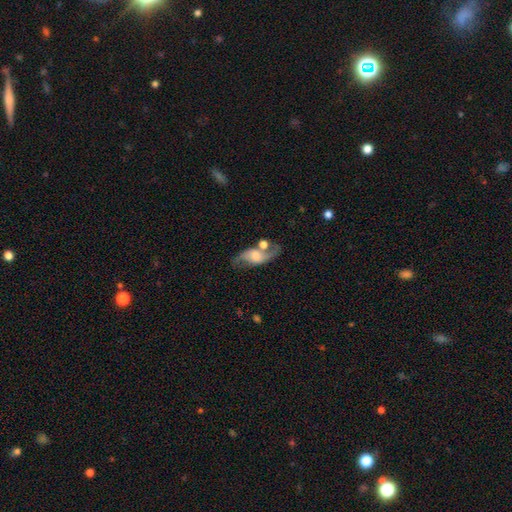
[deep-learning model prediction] Smooth or featured?
  - featured or disk: 69% *
  - smooth: 23%
  - star or artifact: 8%
Edge-on disk?
  - no: 93% *
  - yes: 7%
Bar?
  - no: 50% *
  - weak: 37%
  - strong: 13%
Spiral arms?
  - yes: 88% *
  - no: 12%
Spiral winding?
  - loose: 65% *
  - medium: 28%
  - tight: 7%
Spiral arm count?
  - 2: 89% *
  - 1: 5%
  - can't tell: 4%
  - 3: 1%
  - 4: 1%
  - more than 4: 1%
Bulge size?
  - moderate: 32% *
  - small: 25%
  - large: 23%
  - none: 16%
  - dominant: 4%
Merging?
  - none: 51% *
  - merger: 21%
  - minor disturbance: 17%
  - major disturbance: 11%